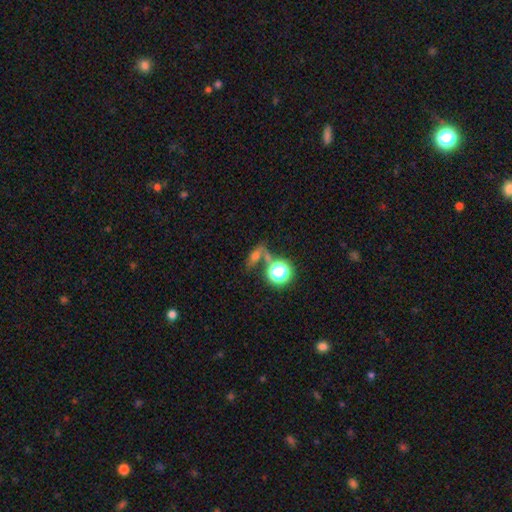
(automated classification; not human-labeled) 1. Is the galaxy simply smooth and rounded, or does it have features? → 48% smooth, 28% star or artifact, 24% featured or disk.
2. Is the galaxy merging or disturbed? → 49% none, 24% merger, 14% minor disturbance, 13% major disturbance.